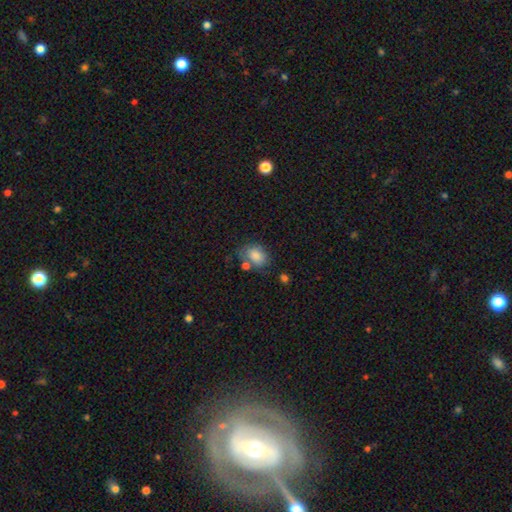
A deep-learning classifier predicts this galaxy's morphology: smooth_or_featured: smooth (p=0.82) [alt: featured or disk p=0.09]
how_rounded: in between (p=0.73) [alt: round p=0.25]
merging: none (p=0.53) [alt: minor disturbance p=0.22]